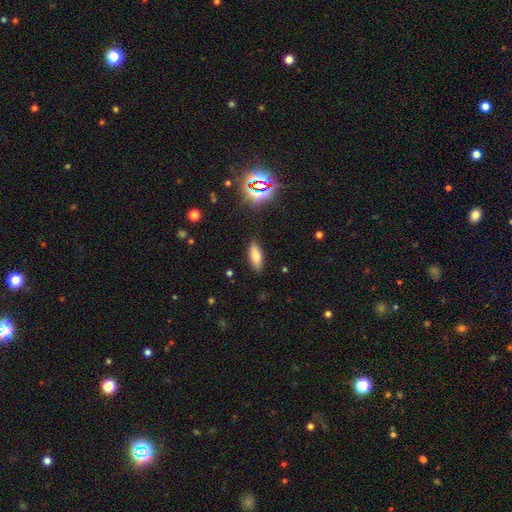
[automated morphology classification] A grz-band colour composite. It shows a smooth galaxy with no disk features (77%) that is in between round and cigar-shaped (76%). Merging: none (86%).